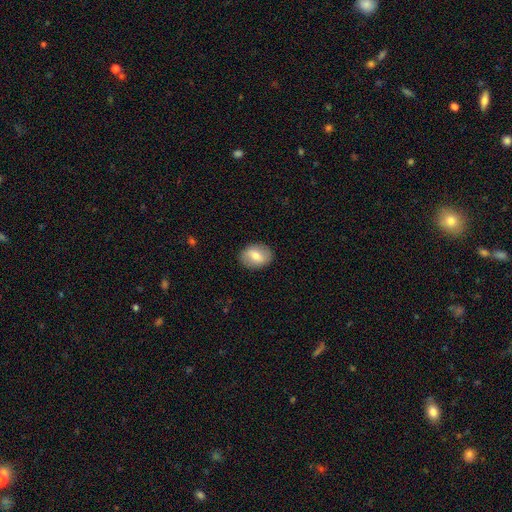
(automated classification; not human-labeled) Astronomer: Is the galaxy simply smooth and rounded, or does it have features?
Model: smooth — 67%.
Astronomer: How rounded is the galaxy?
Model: in between — 66%.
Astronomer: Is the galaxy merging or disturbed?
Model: none — 87%.